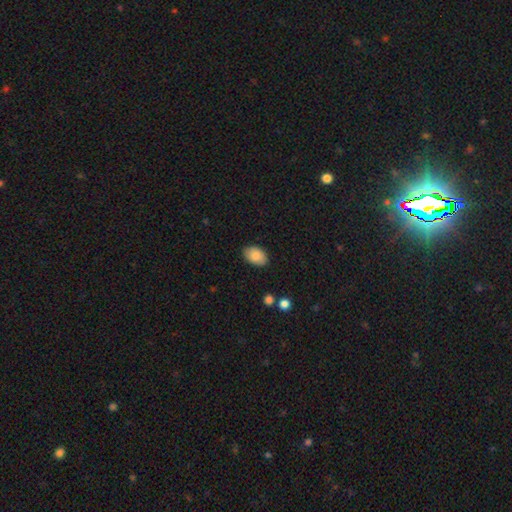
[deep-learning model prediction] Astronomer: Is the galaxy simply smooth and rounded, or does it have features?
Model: smooth — 86%.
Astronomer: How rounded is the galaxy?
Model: in between — 90%.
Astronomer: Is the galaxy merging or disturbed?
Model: none — 86%.